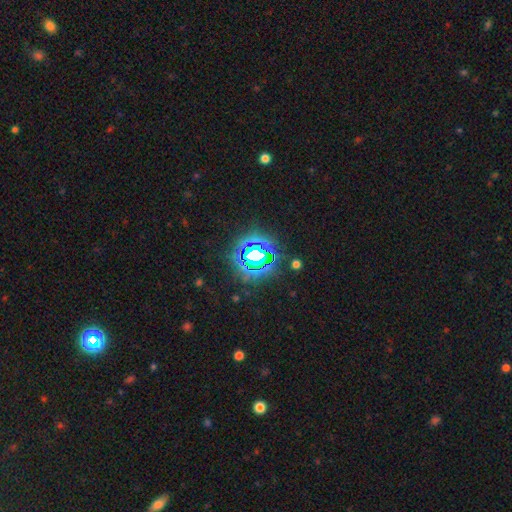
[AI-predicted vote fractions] Smooth or featured? Predicted: star or artifact (p=0.76).